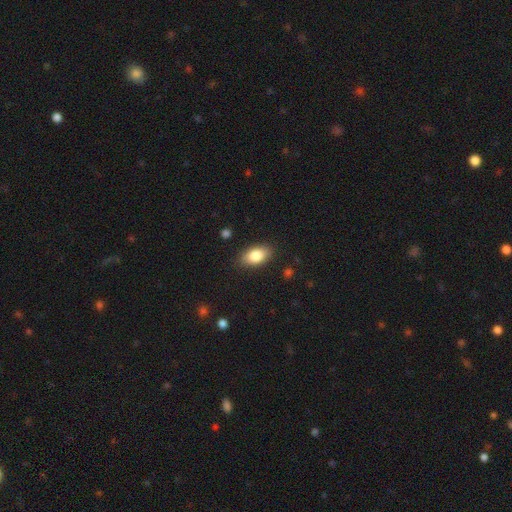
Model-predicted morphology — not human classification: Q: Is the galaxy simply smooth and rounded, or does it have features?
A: smooth — 83%.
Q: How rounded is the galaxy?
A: in between — 91%.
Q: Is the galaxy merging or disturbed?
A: none — 87%.